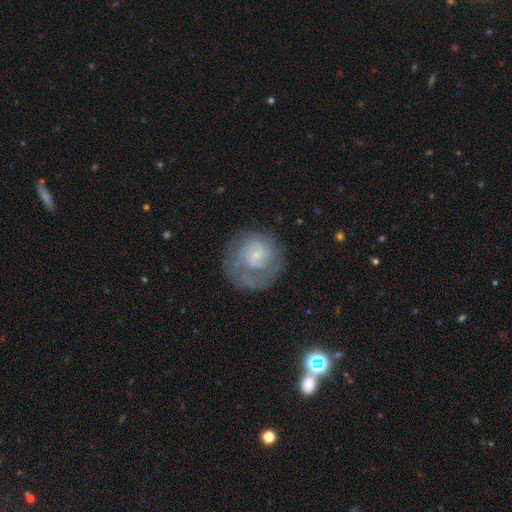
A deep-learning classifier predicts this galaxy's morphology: Smooth or featured?
  - featured or disk: 74% *
  - smooth: 19%
  - star or artifact: 7%
Edge-on disk?
  - no: 98% *
  - yes: 2%
Bar?
  - no: 63% *
  - weak: 32%
  - strong: 5%
Spiral arms?
  - yes: 90% *
  - no: 10%
Spiral winding?
  - tight: 54% *
  - medium: 34%
  - loose: 13%
Spiral arm count?
  - 2: 36% *
  - can't tell: 27%
  - 1: 19%
  - 3: 11%
  - 4: 4%
  - more than 4: 4%
Bulge size?
  - small: 73% *
  - moderate: 15%
  - none: 8%
  - large: 2%
  - dominant: 1%
Merging?
  - none: 66% *
  - minor disturbance: 17%
  - major disturbance: 15%
  - merger: 2%